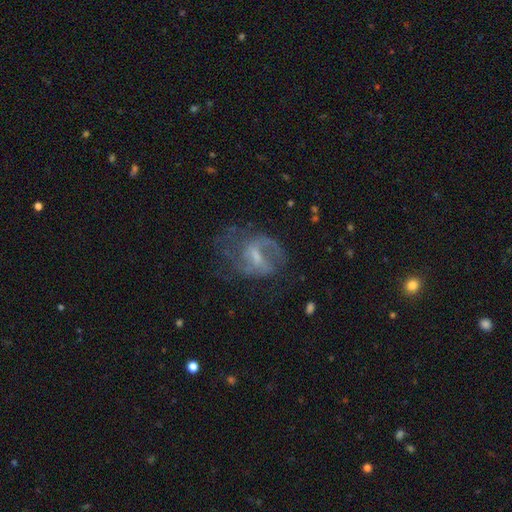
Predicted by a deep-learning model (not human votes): Overall: featured or disk (75%). Edge-on disk: no (97%). Bar: weak (55%; no 26%). Spiral arms: yes (81%). Spiral arm count: 2 (48%; can't tell 21%). Spiral winding: medium (46%; loose 33%). Bulge size: small (43%; moderate 31%). Merging: none (50%; major disturbance 27%).